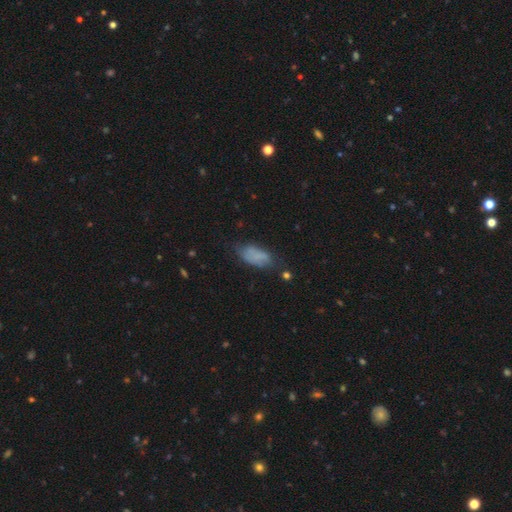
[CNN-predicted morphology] A smooth galaxy with no disk features (68%) that is in between round and cigar-shaped (88%).

Vote fractions:
- Smooth or featured? smooth: 68% / featured or disk: 21% / star or artifact: 11%
- How rounded? in between: 88% / cigar-shaped: 8% / round: 4%
- Merging? none: 54% / minor disturbance: 30% / major disturbance: 12% / merger: 4%